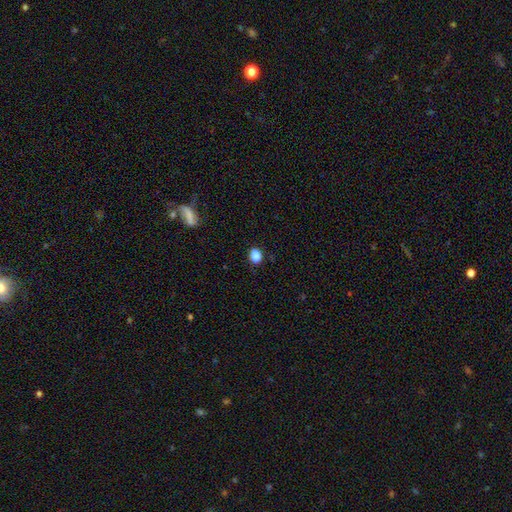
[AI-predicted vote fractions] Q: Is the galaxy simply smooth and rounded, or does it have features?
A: smooth — 87%.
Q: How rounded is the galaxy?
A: in between — 53%.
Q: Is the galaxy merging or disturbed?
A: none — 87%.